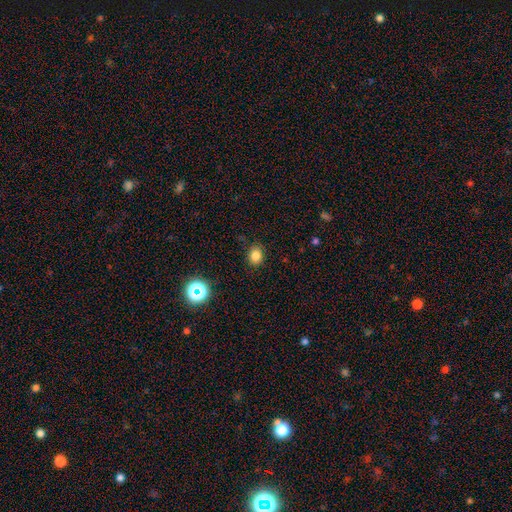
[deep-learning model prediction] smooth 81%, star or artifact 14%, featured or disk 5%. Down the decision tree: how rounded — round (53%); merging — none (86%).